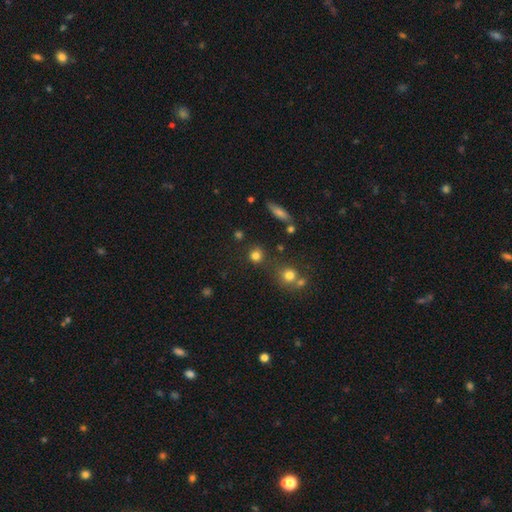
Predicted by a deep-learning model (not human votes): Smooth or featured: smooth — 78% (star or artifact — 16%)
How rounded: round — 90% (in between — 9%)
Merging: none — 79% (minor disturbance — 9%)